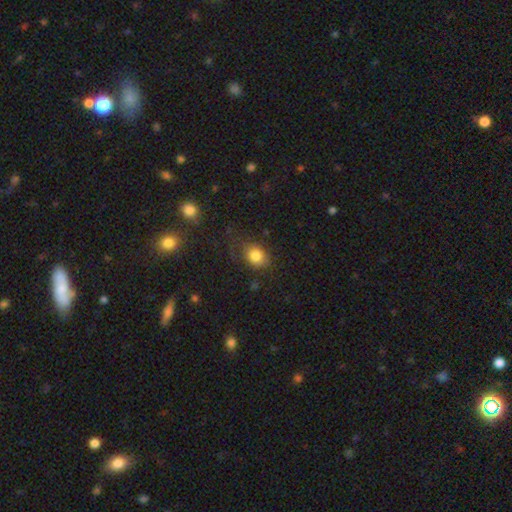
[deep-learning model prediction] smooth-or-featured: smooth: 83% | star or artifact: 10% | featured or disk: 7%
  how-rounded: round: 52% | in between: 47% | cigar-shaped: 1%
  merging: none: 66% | minor disturbance: 22% | major disturbance: 10% | merger: 2%